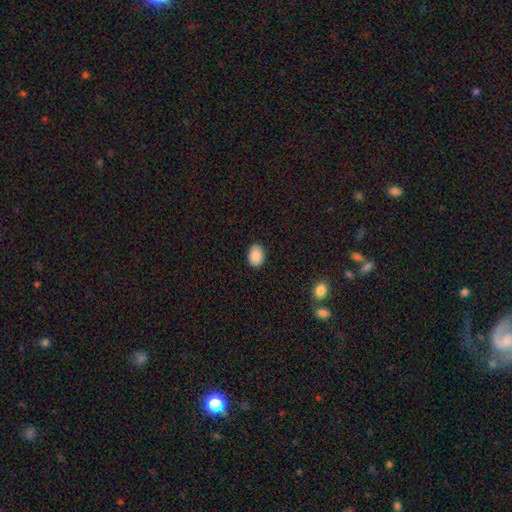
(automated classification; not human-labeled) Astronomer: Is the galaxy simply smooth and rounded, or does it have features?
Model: smooth — 89%.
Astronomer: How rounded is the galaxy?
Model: in between — 71%.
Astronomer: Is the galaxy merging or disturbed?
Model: none — 89%.